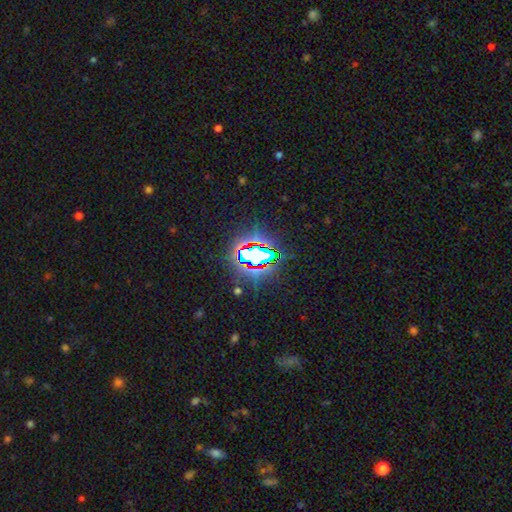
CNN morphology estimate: A star or artifact, not a galaxy (75%).

Vote fractions:
- Smooth or featured? star or artifact: 75% / smooth: 14% / featured or disk: 11%